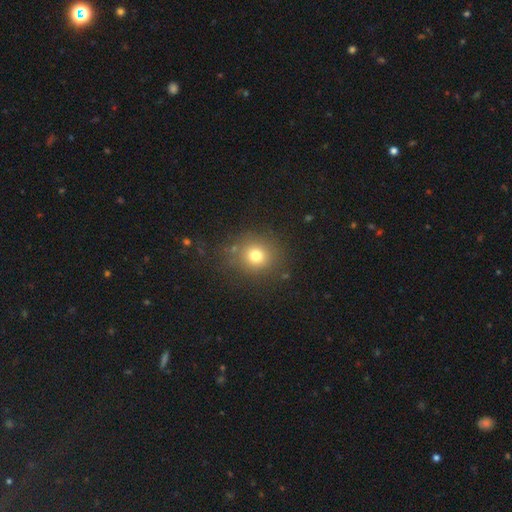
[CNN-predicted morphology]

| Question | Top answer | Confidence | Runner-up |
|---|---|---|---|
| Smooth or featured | smooth | 75% | star or artifact (16%) |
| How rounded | round | 86% | in between (13%) |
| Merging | none | 83% | minor disturbance (10%) |